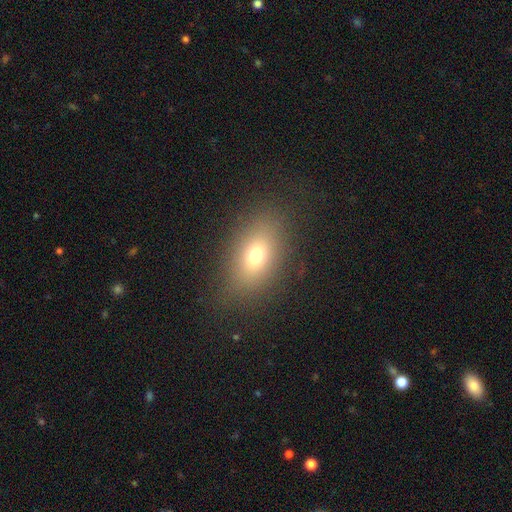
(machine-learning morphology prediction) Smooth or featured? smooth (70%)
How rounded? in between (80%)
Merging? none (83%)